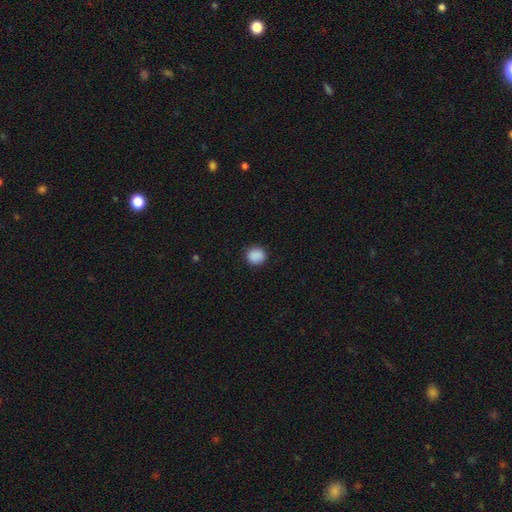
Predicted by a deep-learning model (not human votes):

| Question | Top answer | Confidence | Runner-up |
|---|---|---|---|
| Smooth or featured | smooth | 89% | star or artifact (9%) |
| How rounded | round | 87% | in between (12%) |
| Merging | none | 90% | minor disturbance (7%) |